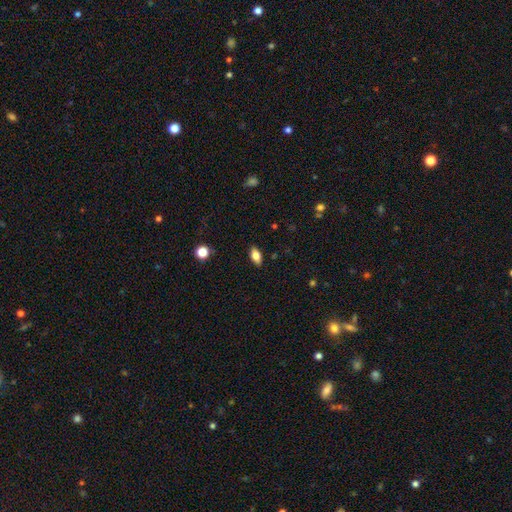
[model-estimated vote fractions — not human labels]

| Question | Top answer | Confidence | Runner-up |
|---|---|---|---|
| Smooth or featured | smooth | 76% | featured or disk (15%) |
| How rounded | in between | 88% | cigar-shaped (7%) |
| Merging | none | 88% | minor disturbance (9%) |